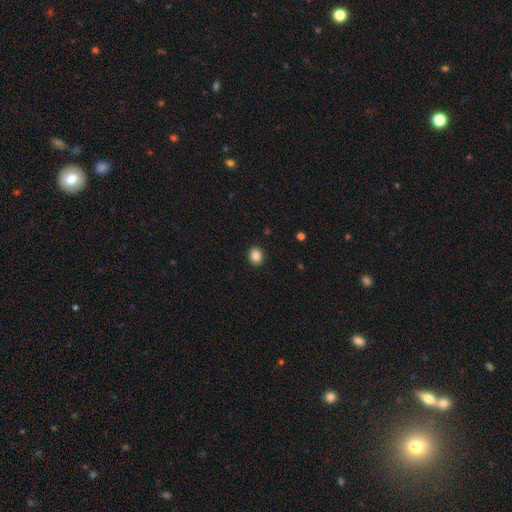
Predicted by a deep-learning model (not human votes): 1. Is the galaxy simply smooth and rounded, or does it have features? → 86% smooth, 10% star or artifact, 5% featured or disk.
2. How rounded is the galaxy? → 63% round, 36% in between, 1% cigar-shaped.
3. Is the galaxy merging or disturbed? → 91% none, 6% minor disturbance, 2% major disturbance, 1% merger.